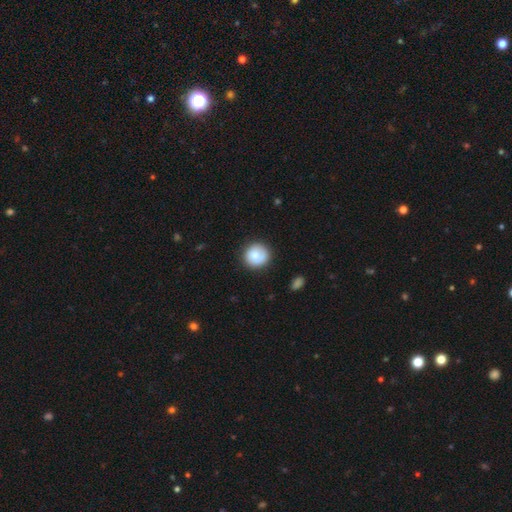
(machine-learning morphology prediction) smooth 80%, featured or disk 13%, star or artifact 7%. Down the decision tree: how rounded — round (91%); merging — none (82%).